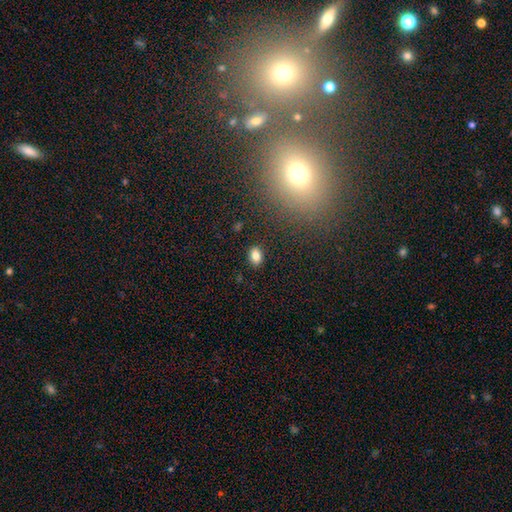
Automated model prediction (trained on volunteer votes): Overall: smooth (83%). How rounded: in between (75%). Merging: none (87%).